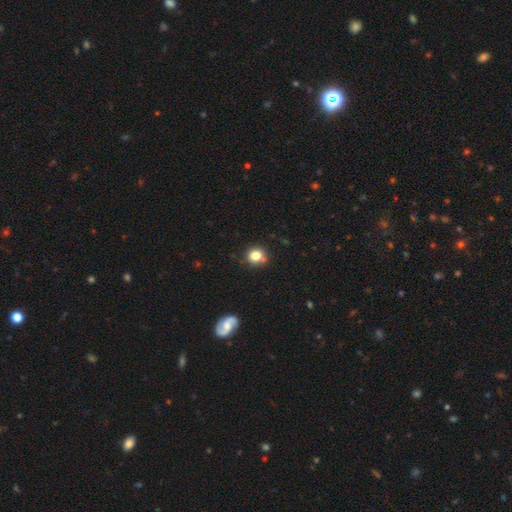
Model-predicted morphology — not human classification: Overall: smooth (82%). How rounded: round (83%). Merging: none (77%).